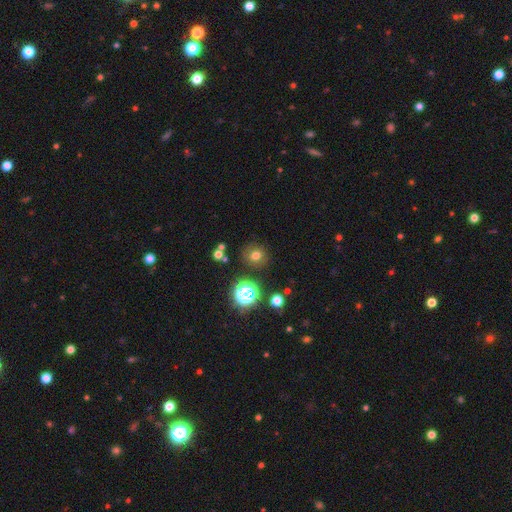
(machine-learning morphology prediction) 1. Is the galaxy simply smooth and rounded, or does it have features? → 68% smooth, 23% star or artifact, 9% featured or disk.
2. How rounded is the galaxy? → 84% round, 15% in between, 1% cigar-shaped.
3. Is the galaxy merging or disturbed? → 84% none, 9% minor disturbance, 3% major disturbance, 3% merger.